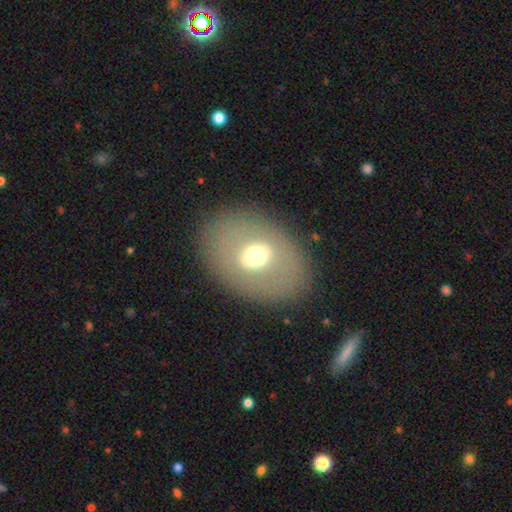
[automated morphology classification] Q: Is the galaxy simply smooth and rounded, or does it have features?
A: smooth — 49%.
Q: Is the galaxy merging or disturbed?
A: none — 84%.